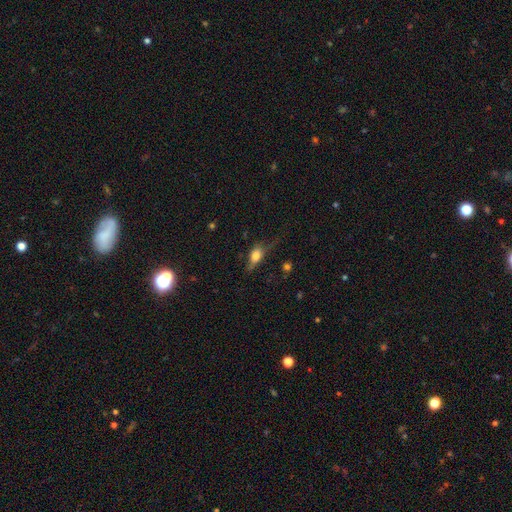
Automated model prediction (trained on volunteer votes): The model was most divided on "merging": none: 47%, minor disturbance: 29%, major disturbance: 21%, merger: 3%. More confident: how rounded — in between (66%); smooth or featured — smooth (57%).